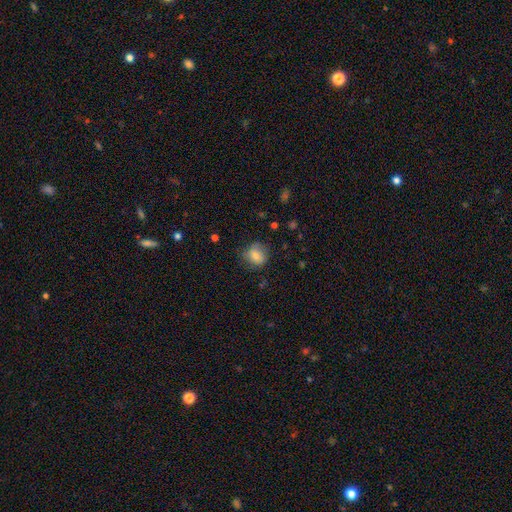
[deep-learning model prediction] Overall: smooth (75%). How rounded: round (72%). Merging: none (68%).